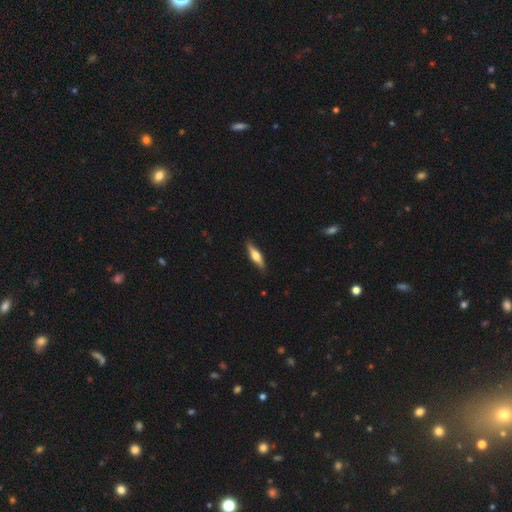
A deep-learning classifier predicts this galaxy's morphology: A smooth galaxy with no disk features (50%) that is cigar-shaped (67%). Merging: none (87%).